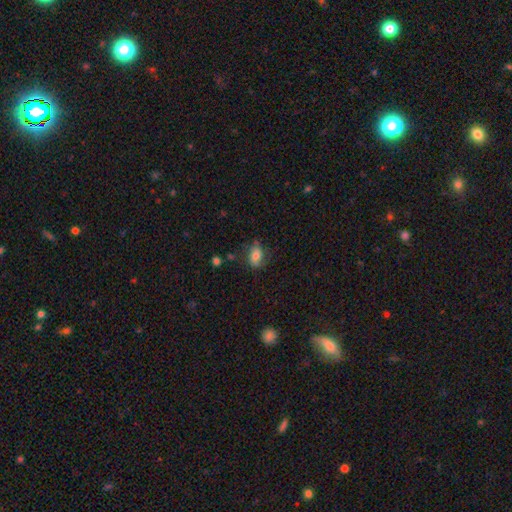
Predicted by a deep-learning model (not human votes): The model was most divided on "merging": none: 63%, minor disturbance: 24%, major disturbance: 10%, merger: 2%. More confident: how rounded — in between (77%); smooth or featured — smooth (69%).